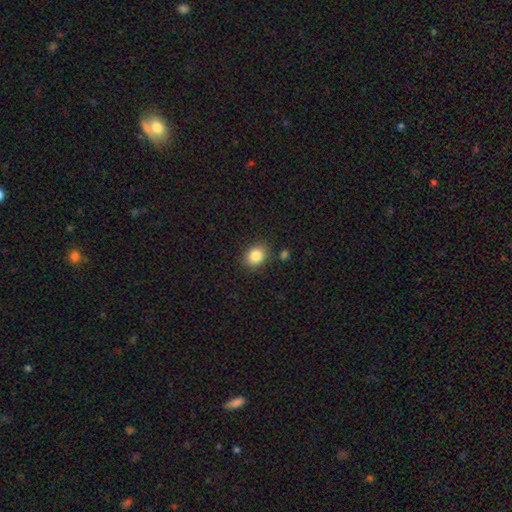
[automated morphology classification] A smooth galaxy with no disk features (85%) that is round (52%).

Vote fractions:
- Smooth or featured? smooth: 85% / star or artifact: 9% / featured or disk: 6%
- How rounded? round: 52% / in between: 47% / cigar-shaped: 1%
- Merging? none: 84% / minor disturbance: 10% / merger: 3% / major disturbance: 3%